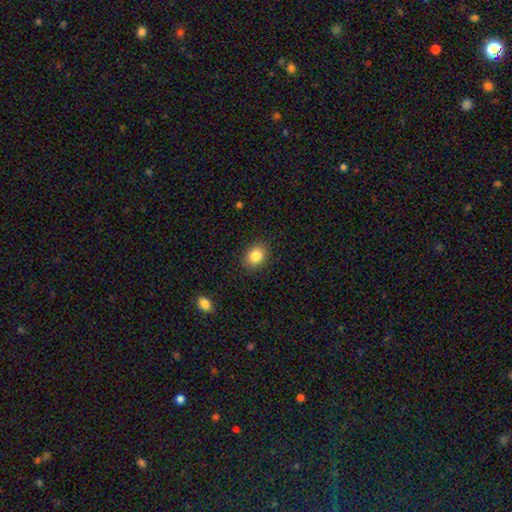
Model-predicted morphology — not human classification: Overall: smooth (85%). How rounded: round (50%; in between 49%). Merging: none (87%).